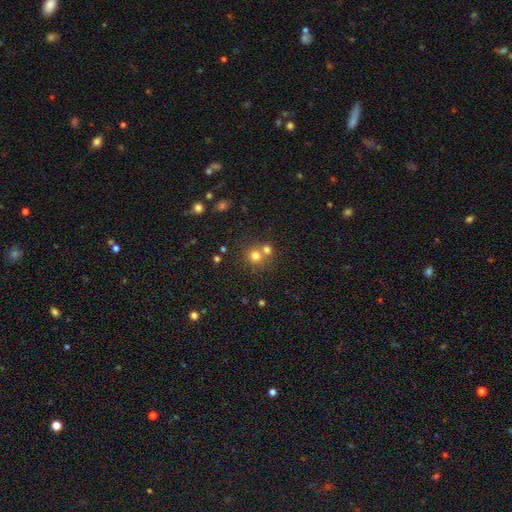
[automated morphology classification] Smooth or featured? Predicted: smooth (p=0.73). How rounded? Predicted: round (p=0.87). Merging? Predicted: none (p=0.50).